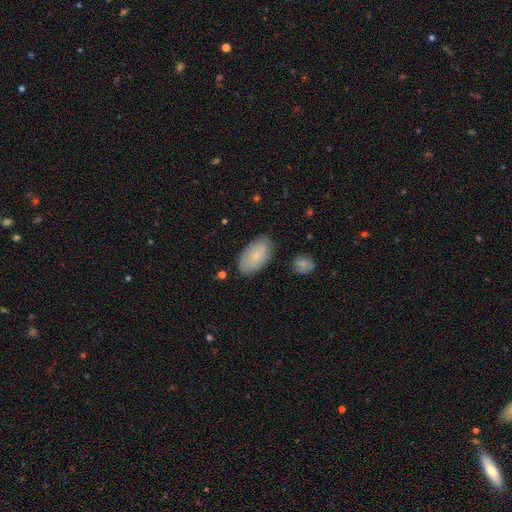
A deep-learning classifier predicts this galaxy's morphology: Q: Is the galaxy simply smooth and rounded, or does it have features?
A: smooth — 79%.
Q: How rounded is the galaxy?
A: in between — 95%.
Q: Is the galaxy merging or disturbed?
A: none — 80%.